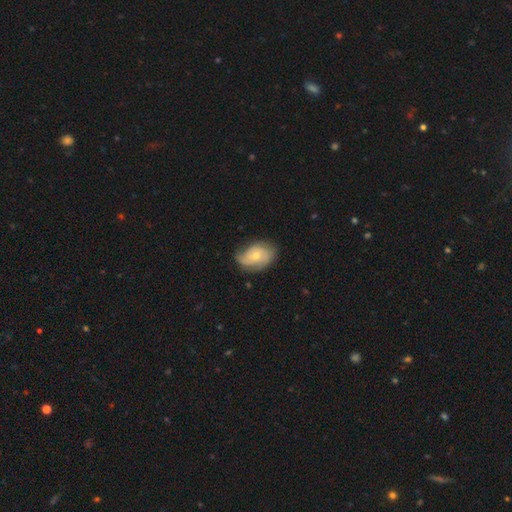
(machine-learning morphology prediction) A featured or disk galaxy (51%).

Vote fractions:
- Smooth or featured? featured or disk: 51% / smooth: 42% / star or artifact: 7%
- Edge-on disk? no: 96% / yes: 4%
- Merging? none: 58% / minor disturbance: 30% / major disturbance: 10% / merger: 2%